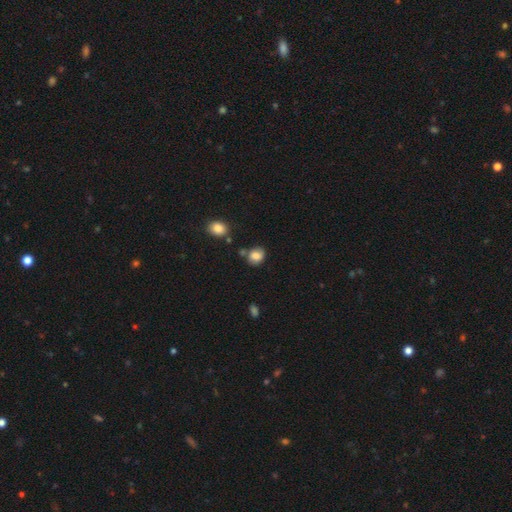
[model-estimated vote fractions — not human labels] Smooth or featured: smooth — 81% (star or artifact — 10%)
How rounded: round — 62% (in between — 37%)
Merging: none — 63% (minor disturbance — 22%)